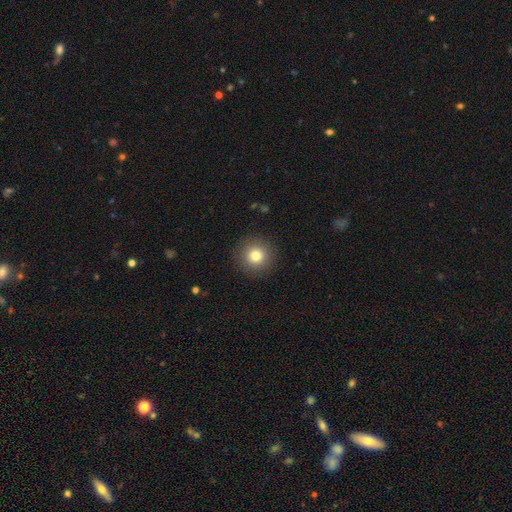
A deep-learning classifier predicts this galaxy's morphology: Smooth or featured: smooth — 79% (star or artifact — 12%)
How rounded: round — 95% (in between — 4%)
Merging: none — 91% (minor disturbance — 6%)